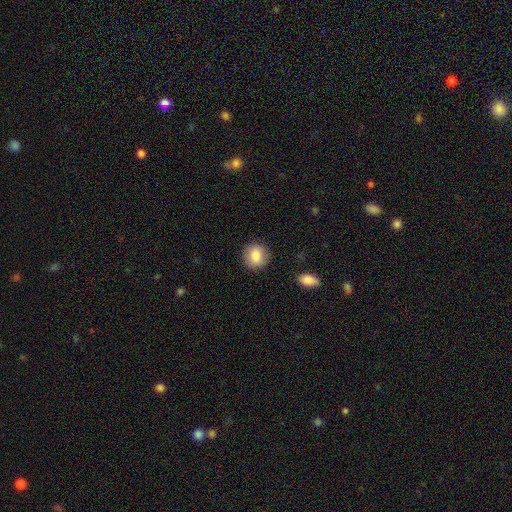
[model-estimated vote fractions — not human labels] Q: Smooth or featured?
A: smooth (84%); runner-up: featured or disk (8%)
Q: How rounded?
A: round (88%); runner-up: in between (11%)
Q: Merging?
A: none (89%); runner-up: minor disturbance (7%)